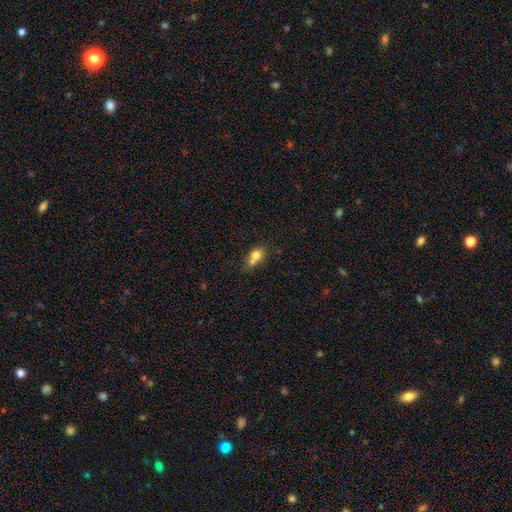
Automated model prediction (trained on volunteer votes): A smooth galaxy with no disk features (72%) that is round (57%). Merging: merger (55%).